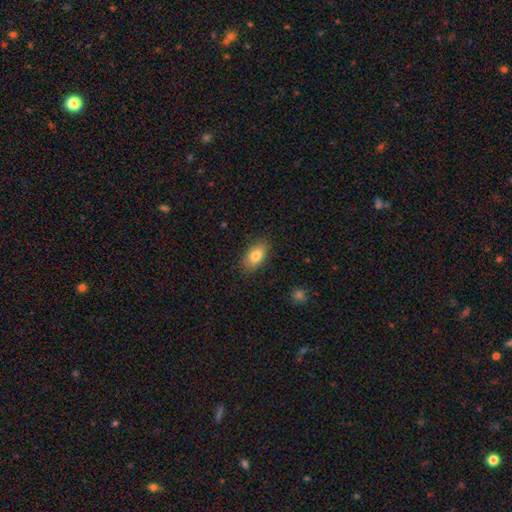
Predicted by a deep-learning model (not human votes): Smooth or featured?
  - smooth: 80% *
  - featured or disk: 12%
  - star or artifact: 7%
How rounded?
  - in between: 90% *
  - round: 5%
  - cigar-shaped: 5%
Merging?
  - none: 87% *
  - minor disturbance: 10%
  - major disturbance: 2%
  - merger: 1%